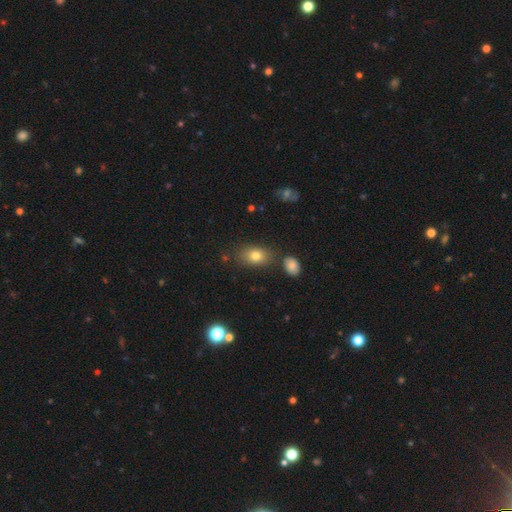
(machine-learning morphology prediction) Smooth or featured? smooth (79%)
How rounded? in between (82%)
Merging? none (75%)